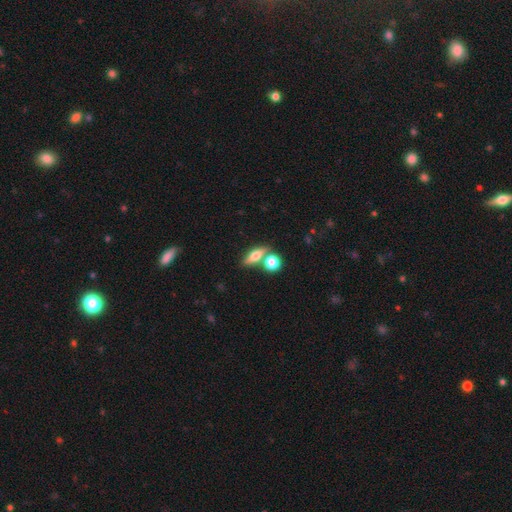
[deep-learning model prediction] Overall: smooth (52%; featured or disk 39%). How rounded: in between (46%; cigar-shaped 34%). Merging: none (64%).